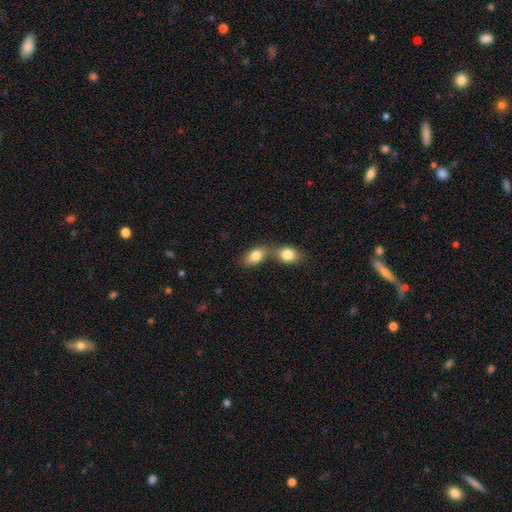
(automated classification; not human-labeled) This appears to be a smooth galaxy with no disk features (81%) that is in between round and cigar-shaped (80%). Merging: merger (64%).